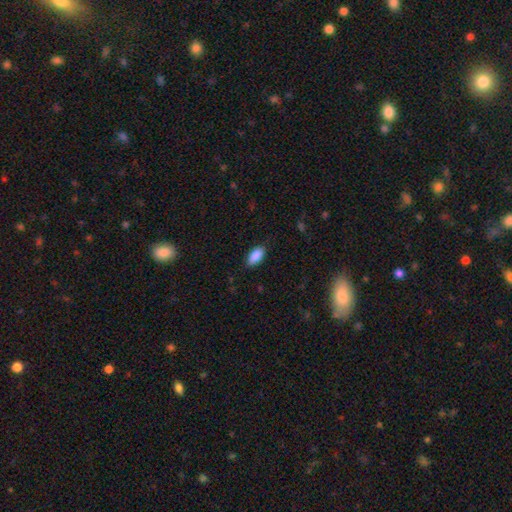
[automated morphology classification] smooth_or_featured: smooth (p=0.89) [alt: star or artifact p=0.07]
how_rounded: in between (p=0.92) [alt: cigar-shaped p=0.05]
merging: none (p=0.83) [alt: minor disturbance p=0.13]